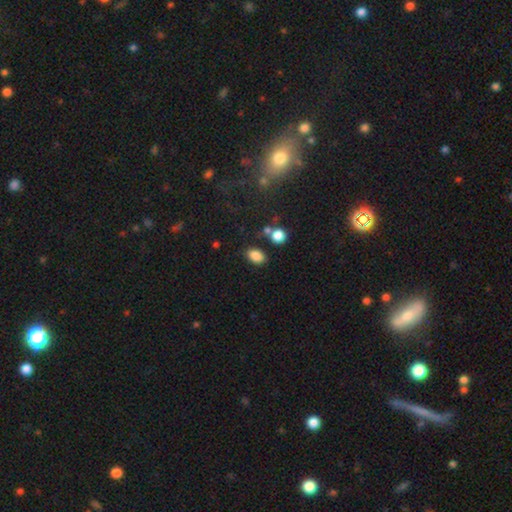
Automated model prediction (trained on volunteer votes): Smooth or featured: smooth — 85% (star or artifact — 10%)
How rounded: in between — 84% (round — 15%)
Merging: none — 78% (minor disturbance — 12%)